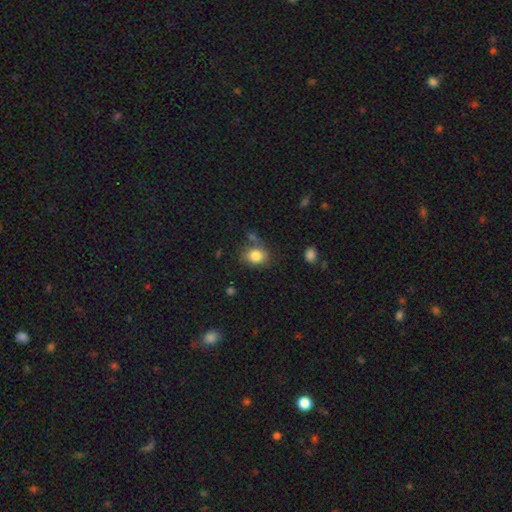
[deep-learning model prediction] Q: Smooth or featured?
A: smooth (83%); runner-up: star or artifact (10%)
Q: How rounded?
A: round (54%); runner-up: in between (45%)
Q: Merging?
A: none (67%); runner-up: minor disturbance (17%)